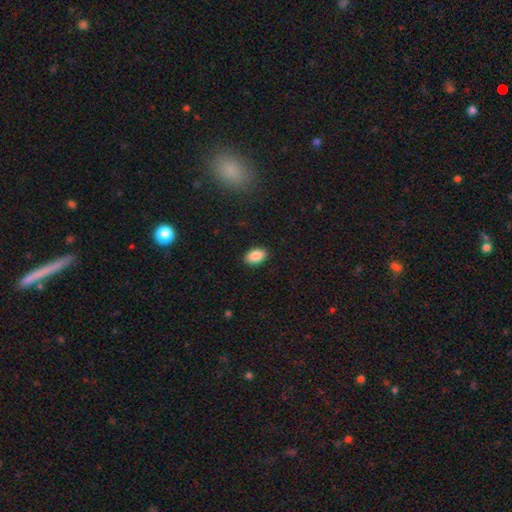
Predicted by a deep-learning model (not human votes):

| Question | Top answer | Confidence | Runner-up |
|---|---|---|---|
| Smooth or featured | smooth | 88% | star or artifact (8%) |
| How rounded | in between | 91% | round (8%) |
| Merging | none | 89% | minor disturbance (8%) |